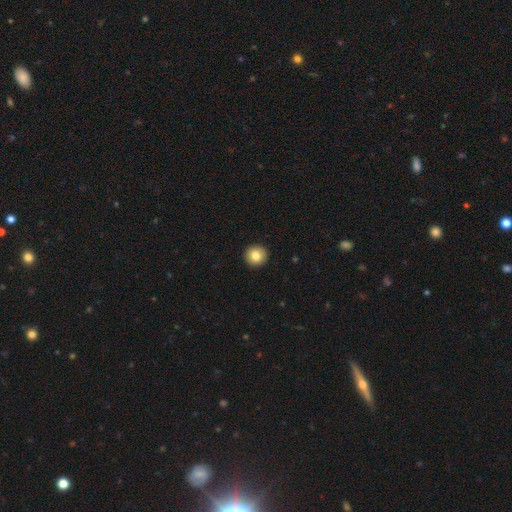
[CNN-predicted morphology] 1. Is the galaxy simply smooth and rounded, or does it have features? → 82% smooth, 9% star or artifact, 9% featured or disk.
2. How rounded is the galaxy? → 95% round, 4% in between, 1% cigar-shaped.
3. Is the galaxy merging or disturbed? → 94% none, 4% minor disturbance, 1% major disturbance, 1% merger.